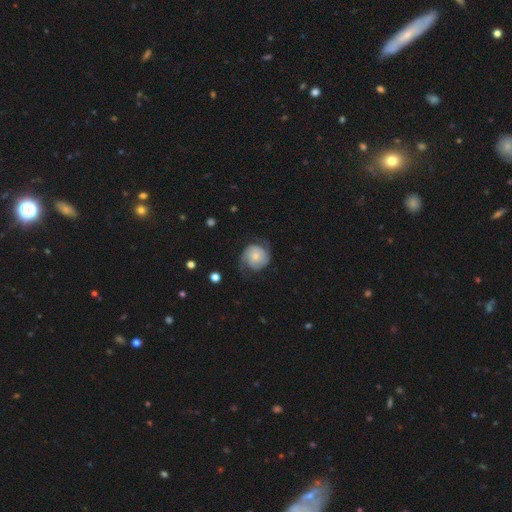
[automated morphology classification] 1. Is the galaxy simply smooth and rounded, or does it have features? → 73% featured or disk, 21% smooth, 6% star or artifact.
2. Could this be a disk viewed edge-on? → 98% no, 2% yes.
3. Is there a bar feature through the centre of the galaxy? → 76% no, 20% weak, 4% strong.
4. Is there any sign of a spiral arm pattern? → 92% yes, 8% no.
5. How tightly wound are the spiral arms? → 47% tight, 36% medium, 17% loose.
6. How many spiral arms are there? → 75% 2, 11% can't tell, 6% 3, 3% 1, 2% 4, 2% more than 4.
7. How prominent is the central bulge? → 66% small, 28% moderate, 3% none, 2% large, 1% dominant.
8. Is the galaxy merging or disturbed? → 66% none, 21% minor disturbance, 12% major disturbance, 1% merger.